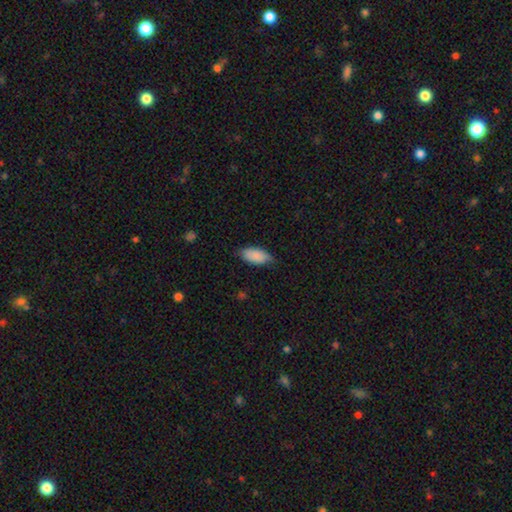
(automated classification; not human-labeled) A smooth galaxy with no disk features (86%) that is in between round and cigar-shaped (90%). Merging: none (71%).